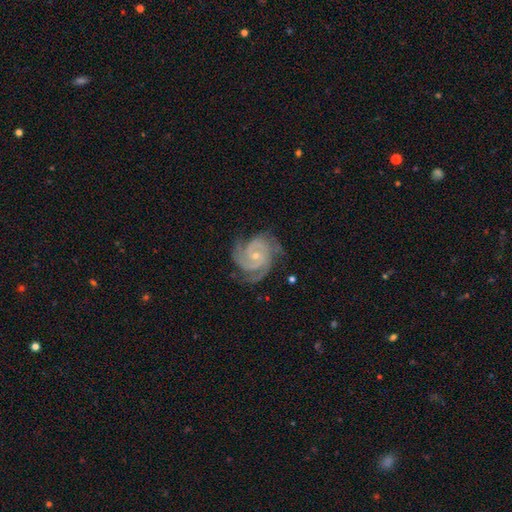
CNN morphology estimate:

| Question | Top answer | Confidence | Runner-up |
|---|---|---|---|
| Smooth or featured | featured or disk | 92% | star or artifact (4%) |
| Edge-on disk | no | 98% | yes (2%) |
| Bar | no | 67% | weak (26%) |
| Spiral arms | yes | 99% | no (1%) |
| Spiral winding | tight | 62% | medium (34%) |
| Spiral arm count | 3 | 54% | 2 (25%) |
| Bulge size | small | 69% | moderate (28%) |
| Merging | none | 73% | minor disturbance (19%) |